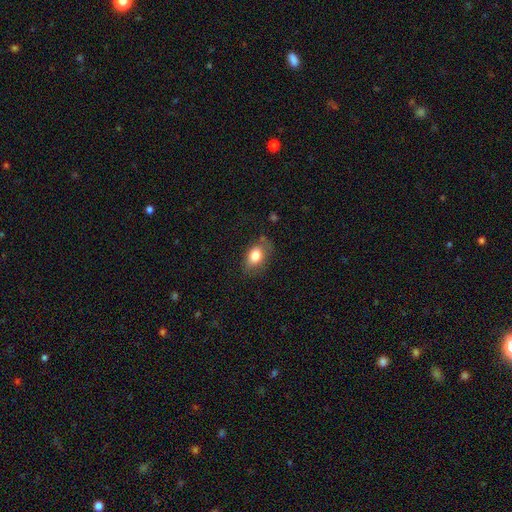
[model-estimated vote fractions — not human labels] This appears to be a smooth galaxy with no disk features (80%) that is in between round and cigar-shaped (80%). Merging: none (65%).